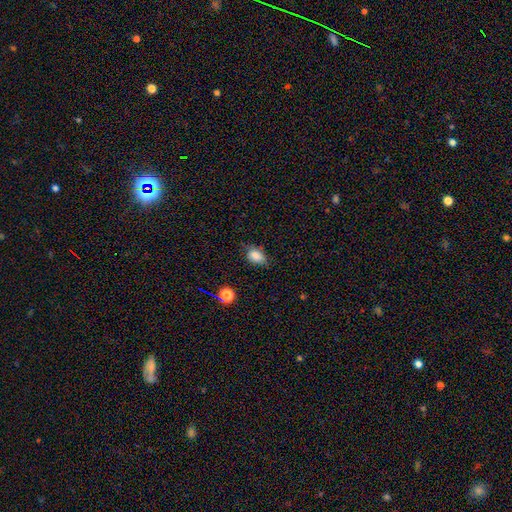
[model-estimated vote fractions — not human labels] Smooth or featured? Predicted: smooth (p=0.83). How rounded? Predicted: in between (p=0.80). Merging? Predicted: none (p=0.69).